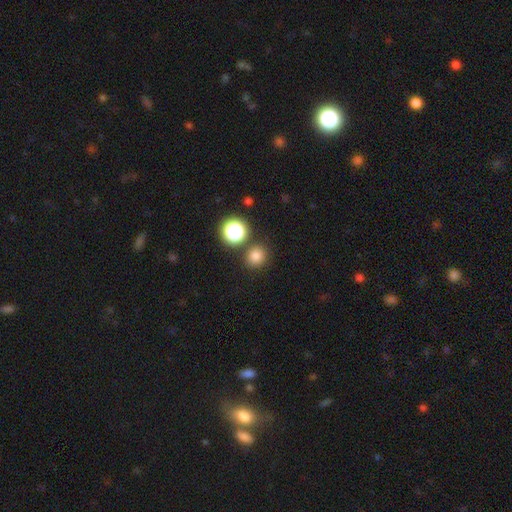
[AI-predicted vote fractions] Smooth or featured?
  - smooth: 78% *
  - star or artifact: 17%
  - featured or disk: 5%
How rounded?
  - round: 87% *
  - in between: 12%
  - cigar-shaped: 1%
Merging?
  - none: 83% *
  - minor disturbance: 7%
  - merger: 7%
  - major disturbance: 3%